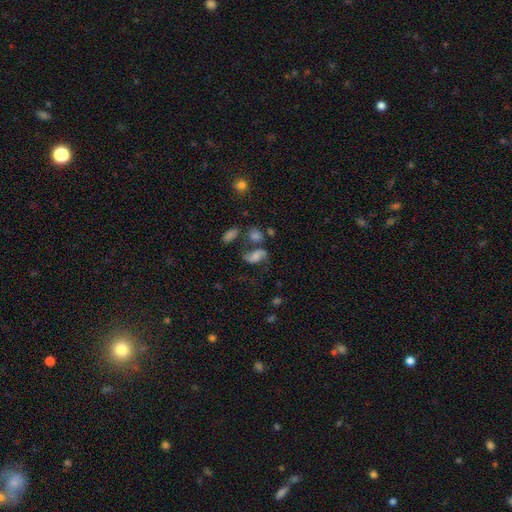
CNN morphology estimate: The model was most divided on "bar": no: 48%, weak: 37%, strong: 16%. Remaining: edge-on disk — no (96%); spiral arms — yes (89%); spiral arm count — 2 (87%); smooth or featured — featured or disk (61%); spiral winding — loose (59%); merging — none (47%); bulge size — moderate (41%).